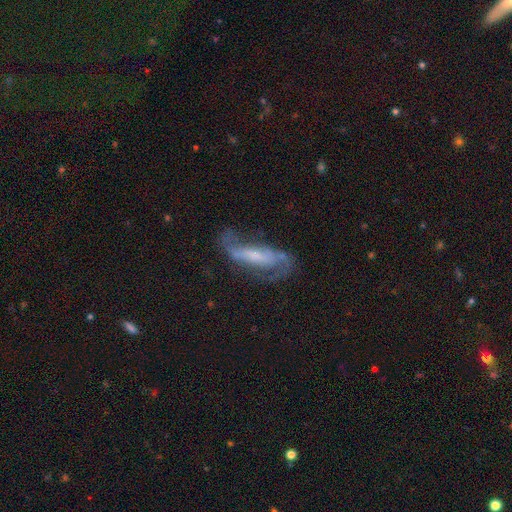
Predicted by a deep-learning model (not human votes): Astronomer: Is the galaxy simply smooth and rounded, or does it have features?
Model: featured or disk — 77%.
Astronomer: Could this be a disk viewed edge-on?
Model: no — 85%.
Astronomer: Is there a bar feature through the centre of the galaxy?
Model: strong — 41% (runner-up: weak, 34%).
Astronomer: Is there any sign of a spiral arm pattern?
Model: yes — 90%.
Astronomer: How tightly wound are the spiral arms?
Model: loose — 47% (runner-up: medium, 39%).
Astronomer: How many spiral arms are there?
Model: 2 — 85%.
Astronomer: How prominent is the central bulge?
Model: small — 40% (runner-up: moderate, 28%).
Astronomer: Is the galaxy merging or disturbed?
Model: none — 56%.